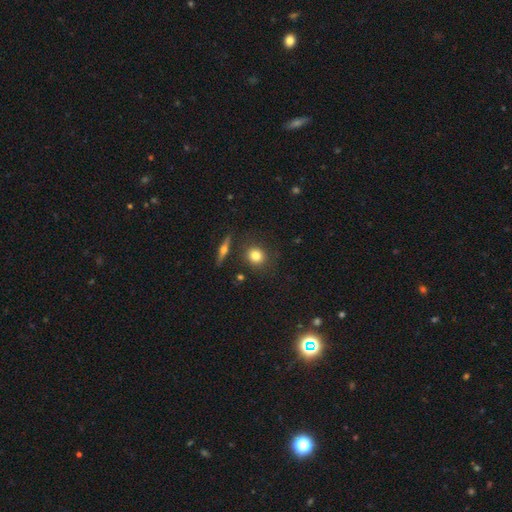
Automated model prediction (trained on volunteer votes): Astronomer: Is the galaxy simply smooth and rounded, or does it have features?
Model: smooth — 79%.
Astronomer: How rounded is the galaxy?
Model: round — 82%.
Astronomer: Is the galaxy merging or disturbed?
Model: none — 82%.